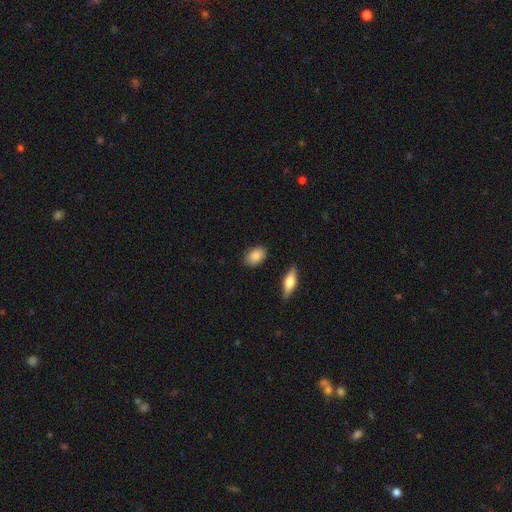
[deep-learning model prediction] smooth 86%, featured or disk 7%, star or artifact 6%. Down the decision tree: how rounded — in between (85%); merging — none (85%).